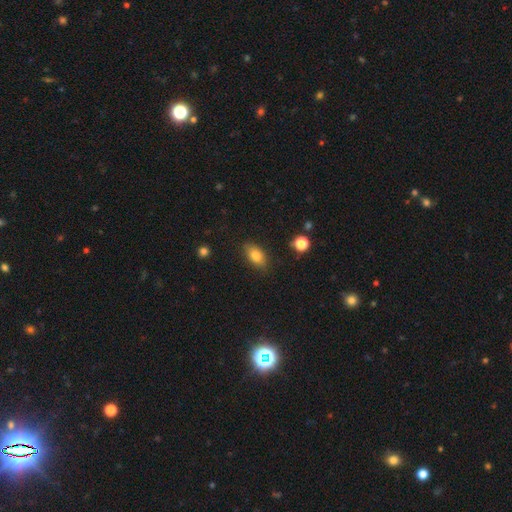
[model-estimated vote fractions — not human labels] Smooth or featured?
  - smooth: 81% *
  - featured or disk: 10%
  - star or artifact: 9%
How rounded?
  - in between: 86% *
  - round: 9%
  - cigar-shaped: 6%
Merging?
  - none: 81% *
  - minor disturbance: 14%
  - major disturbance: 3%
  - merger: 1%